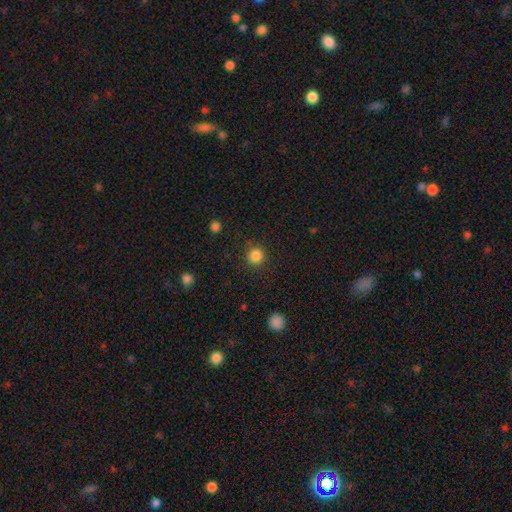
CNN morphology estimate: Smooth or featured: smooth — 85% (star or artifact — 12%)
How rounded: round — 93% (in between — 6%)
Merging: none — 88% (minor disturbance — 7%)